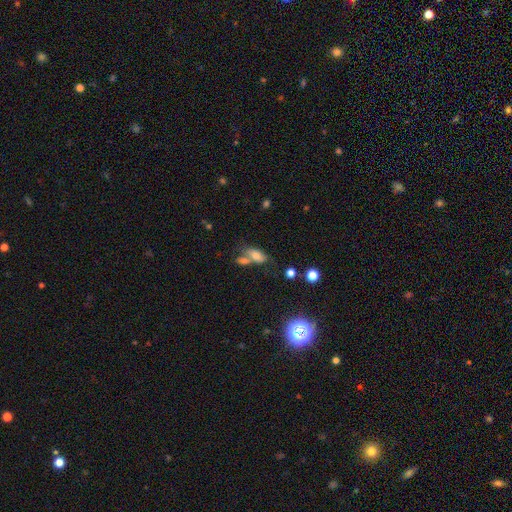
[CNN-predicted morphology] Q: Smooth or featured?
A: smooth (70%); runner-up: featured or disk (18%)
Q: How rounded?
A: in between (85%); runner-up: cigar-shaped (8%)
Q: Merging?
A: merger (41%); runner-up: none (37%)